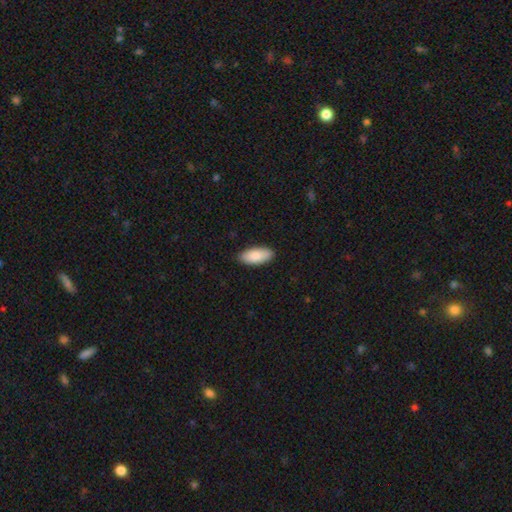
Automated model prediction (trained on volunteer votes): Morphology: type=smooth (86%); roundness=in between (88%); merging=none (88%).